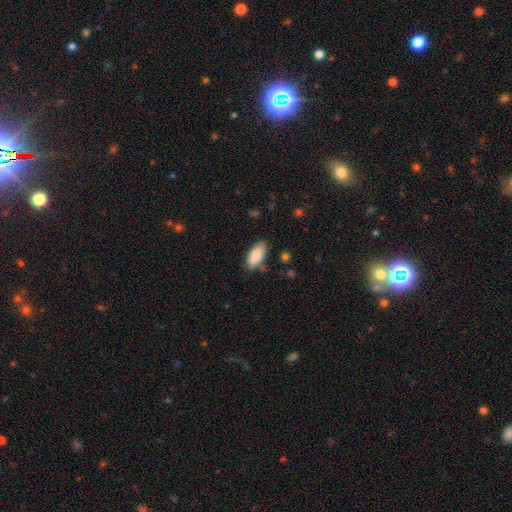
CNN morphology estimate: smooth_or_featured: smooth (p=0.86) [alt: featured or disk p=0.08]
how_rounded: in between (p=0.89) [alt: cigar-shaped p=0.09]
merging: none (p=0.74) [alt: minor disturbance p=0.19]